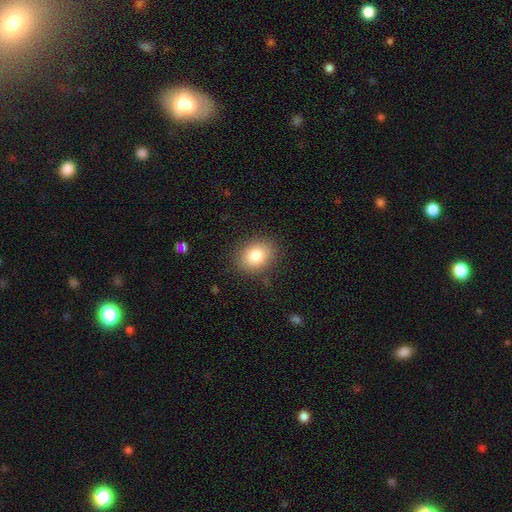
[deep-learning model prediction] Smooth or featured? Predicted: smooth (p=0.83). How rounded? Predicted: in between (p=0.52). Merging? Predicted: none (p=0.85).